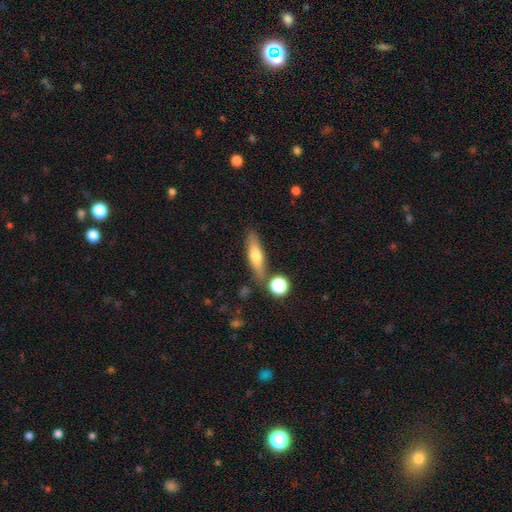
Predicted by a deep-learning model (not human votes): Smooth or featured? smooth (57%)
How rounded? cigar-shaped (65%)
Merging? none (78%)